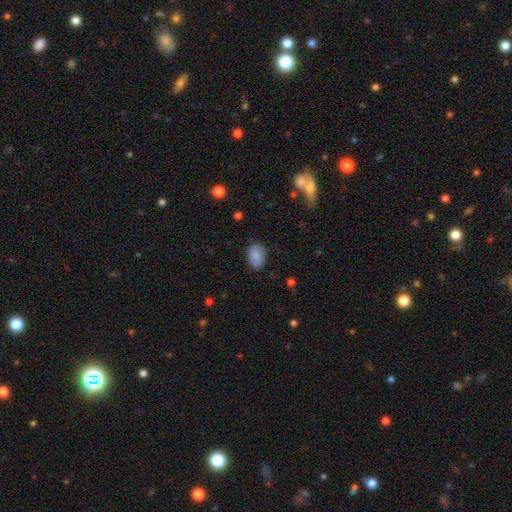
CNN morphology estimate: Q: Smooth or featured?
A: smooth (83%); runner-up: featured or disk (9%)
Q: How rounded?
A: in between (82%); runner-up: round (17%)
Q: Merging?
A: none (79%); runner-up: minor disturbance (16%)